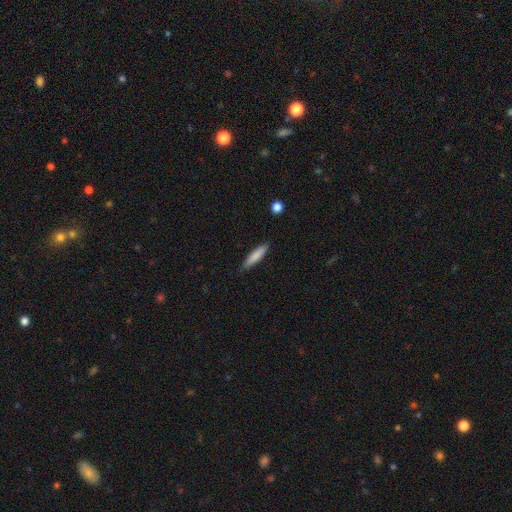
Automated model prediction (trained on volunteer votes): smooth 81%, featured or disk 14%, star or artifact 6%. Down the decision tree: how rounded — cigar-shaped (81%); merging — none (84%).